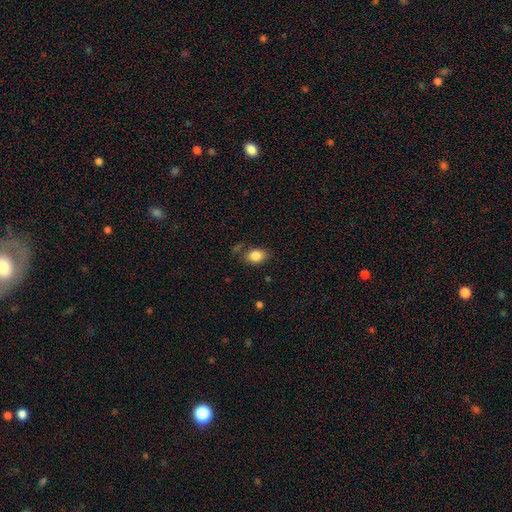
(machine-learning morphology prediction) The model was most divided on "merging": none: 70%, minor disturbance: 19%, major disturbance: 6%, merger: 5%. More confident: smooth or featured — smooth (85%); how rounded — in between (78%).